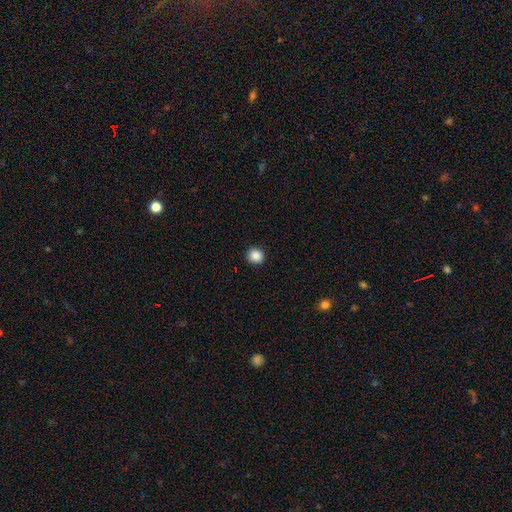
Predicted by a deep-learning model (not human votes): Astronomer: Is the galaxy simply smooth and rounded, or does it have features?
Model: smooth — 88%.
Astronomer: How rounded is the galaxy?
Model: round — 92%.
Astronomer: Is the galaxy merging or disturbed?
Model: none — 93%.